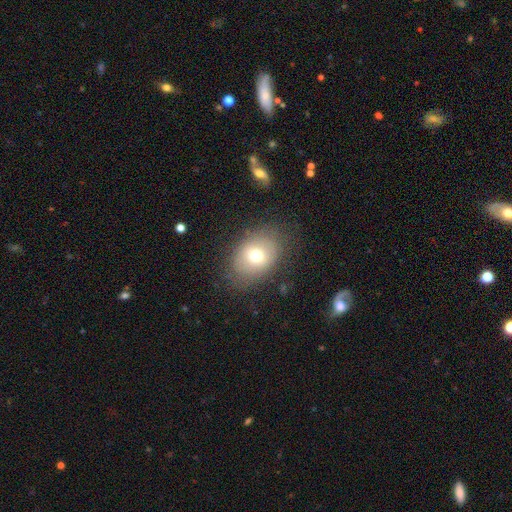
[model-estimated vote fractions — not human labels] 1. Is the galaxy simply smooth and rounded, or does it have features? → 69% smooth, 20% featured or disk, 10% star or artifact.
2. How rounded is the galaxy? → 71% in between, 28% round, 1% cigar-shaped.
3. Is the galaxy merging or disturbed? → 77% none, 15% minor disturbance, 6% major disturbance, 2% merger.